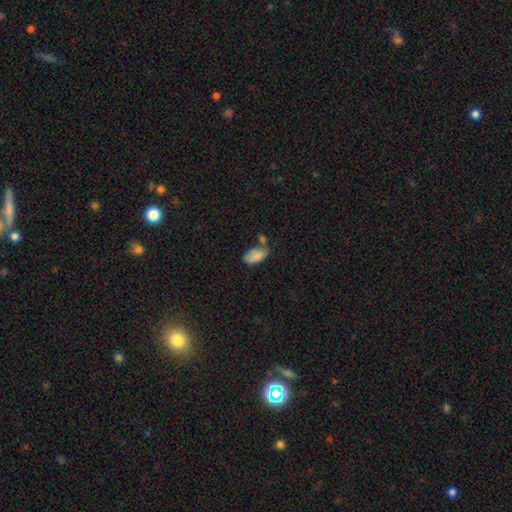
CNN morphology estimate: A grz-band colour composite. It shows a smooth galaxy with no disk features (83%) that is in between round and cigar-shaped (94%). Merging: none (46%).